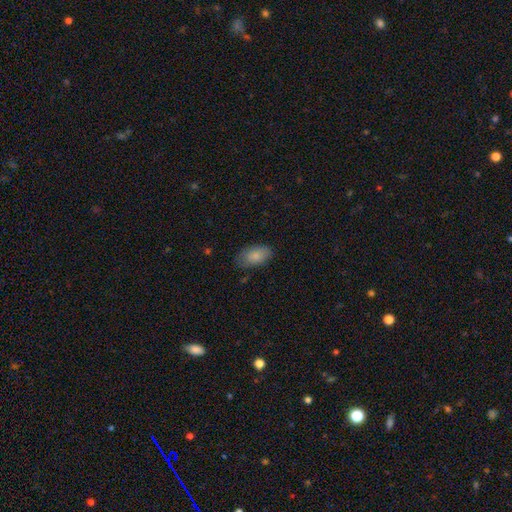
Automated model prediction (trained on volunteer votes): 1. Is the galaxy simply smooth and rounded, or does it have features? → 84% smooth, 9% featured or disk, 7% star or artifact.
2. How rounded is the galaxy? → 94% in between, 4% round, 2% cigar-shaped.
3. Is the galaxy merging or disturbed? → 72% none, 22% minor disturbance, 5% major disturbance, 1% merger.